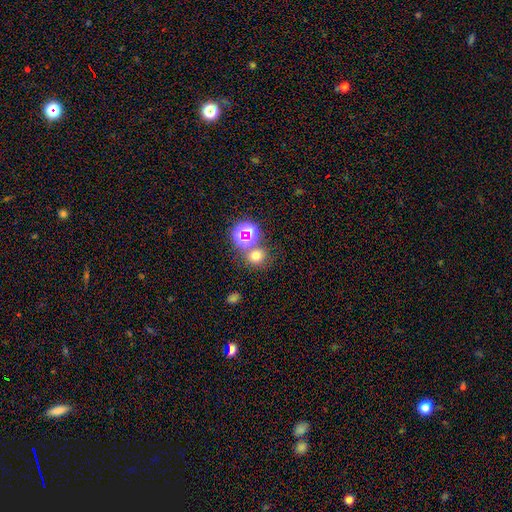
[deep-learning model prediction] Smooth or featured?
  - smooth: 66% *
  - star or artifact: 26%
  - featured or disk: 8%
How rounded?
  - round: 82% *
  - in between: 17%
  - cigar-shaped: 1%
Merging?
  - none: 67% *
  - merger: 21%
  - minor disturbance: 8%
  - major disturbance: 4%